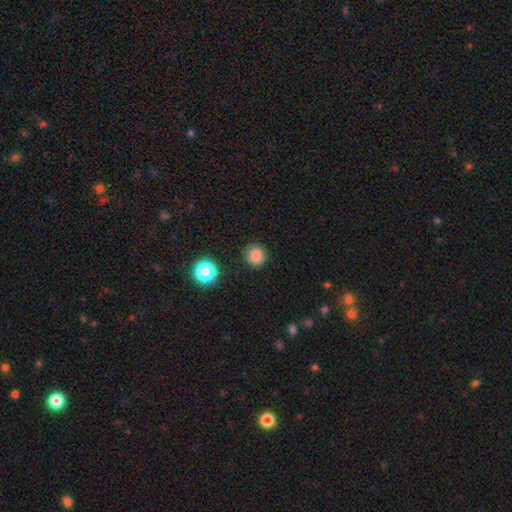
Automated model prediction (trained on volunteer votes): Q: Smooth or featured?
A: smooth (83%); runner-up: star or artifact (13%)
Q: How rounded?
A: round (92%); runner-up: in between (7%)
Q: Merging?
A: none (89%); runner-up: minor disturbance (7%)